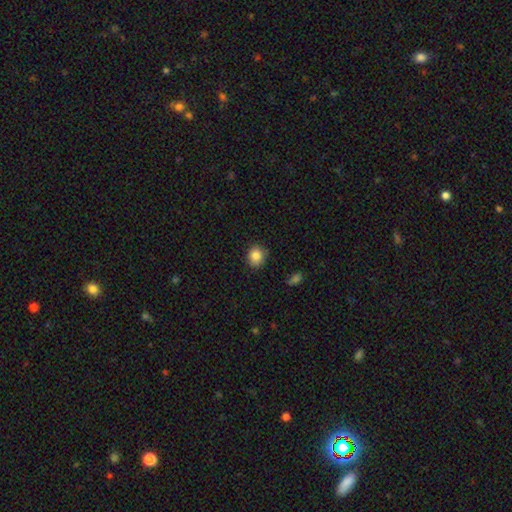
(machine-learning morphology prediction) Q: Smooth or featured?
A: smooth (85%); runner-up: star or artifact (10%)
Q: How rounded?
A: round (77%); runner-up: in between (22%)
Q: Merging?
A: none (85%); runner-up: minor disturbance (12%)